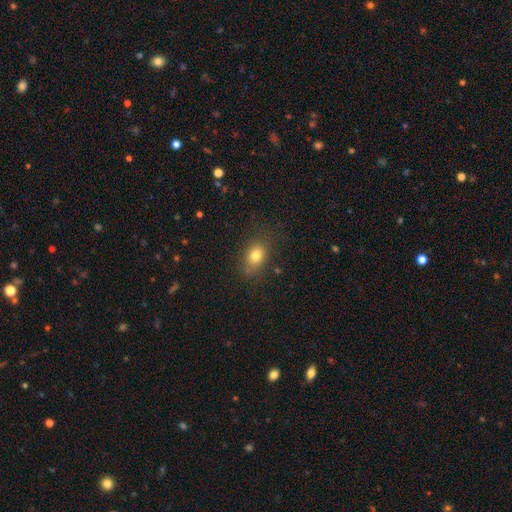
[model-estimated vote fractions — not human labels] Smooth or featured: smooth — 80% (star or artifact — 11%)
How rounded: in between — 69% (round — 29%)
Merging: none — 77% (minor disturbance — 15%)